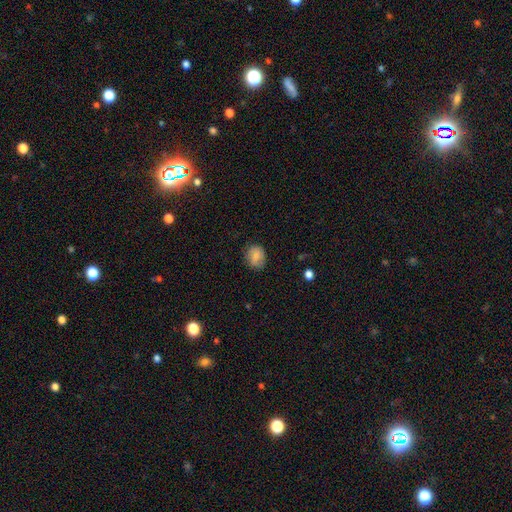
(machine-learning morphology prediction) Smooth or featured?
  - smooth: 82% *
  - featured or disk: 10%
  - star or artifact: 8%
How rounded?
  - round: 57% *
  - in between: 42%
  - cigar-shaped: 1%
Merging?
  - none: 74% *
  - minor disturbance: 20%
  - major disturbance: 5%
  - merger: 1%